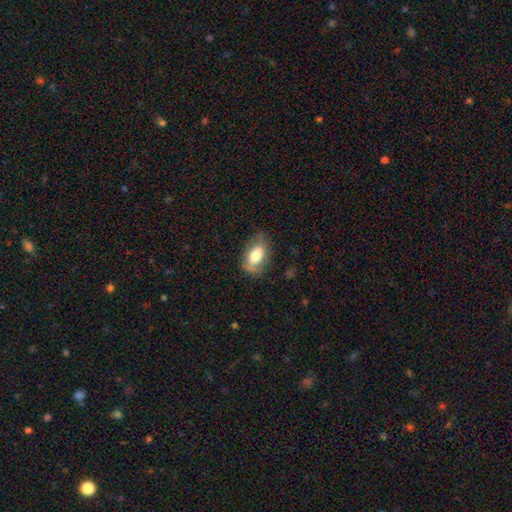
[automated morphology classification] smooth-or-featured: smooth: 68% | featured or disk: 25% | star or artifact: 7%
  how-rounded: in between: 89% | round: 9% | cigar-shaped: 2%
  merging: none: 64% | minor disturbance: 25% | major disturbance: 10% | merger: 2%